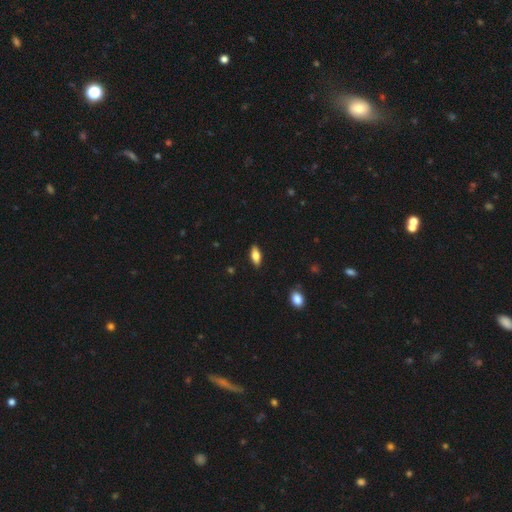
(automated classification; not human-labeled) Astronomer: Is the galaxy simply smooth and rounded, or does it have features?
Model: smooth — 74%.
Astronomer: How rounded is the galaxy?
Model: in between — 82%.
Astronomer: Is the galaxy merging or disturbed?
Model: none — 88%.